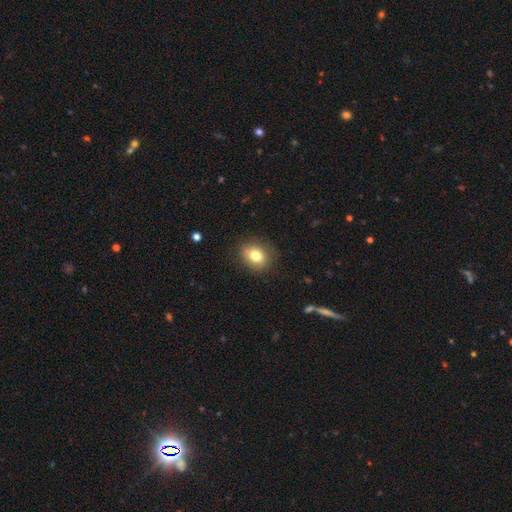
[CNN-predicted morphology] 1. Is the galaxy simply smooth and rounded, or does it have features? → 79% smooth, 10% featured or disk, 10% star or artifact.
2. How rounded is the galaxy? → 61% round, 38% in between, 1% cigar-shaped.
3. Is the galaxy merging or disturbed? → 84% none, 12% minor disturbance, 3% major disturbance, 1% merger.